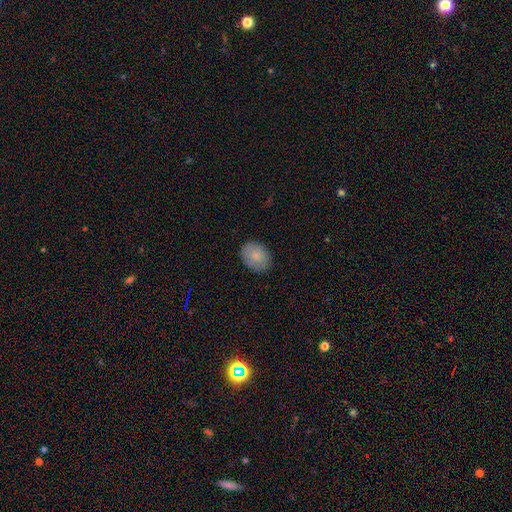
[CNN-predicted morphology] Overall: smooth (84%). How rounded: in between (64%; round 35%). Merging: none (86%).